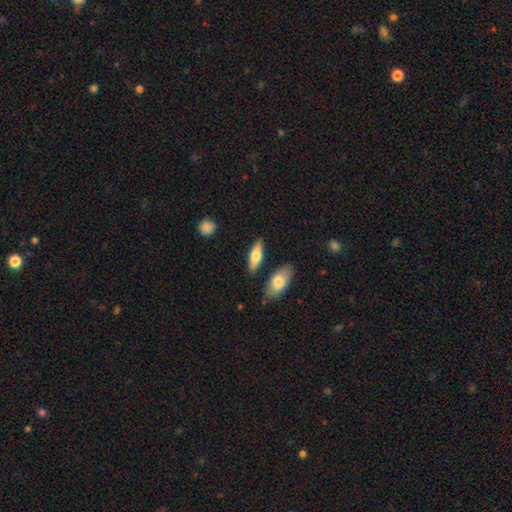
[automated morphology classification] smooth 70%, featured or disk 24%, star or artifact 6%. Down the decision tree: how rounded — in between (65%); merging — none (81%).